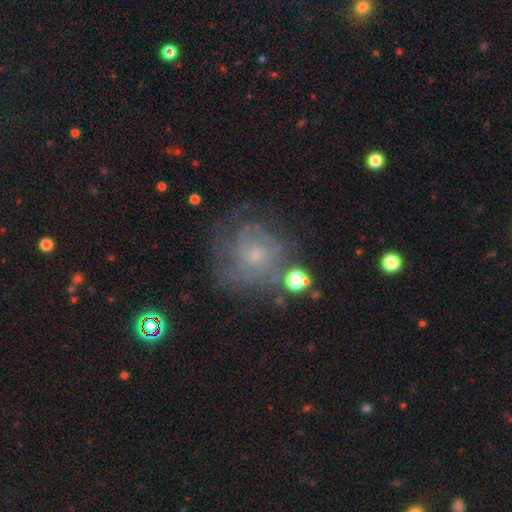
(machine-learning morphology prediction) Smooth or featured? Predicted: featured or disk (p=0.67). Edge-on disk? Predicted: no (p=0.98). Bar? Predicted: no (p=0.73). Spiral arms? Predicted: yes (p=0.80). Spiral winding? Predicted: tight (p=0.55). Spiral arm count? Predicted: can't tell (p=0.54). Bulge size? Predicted: small (p=0.65). Merging? Predicted: none (p=0.59).